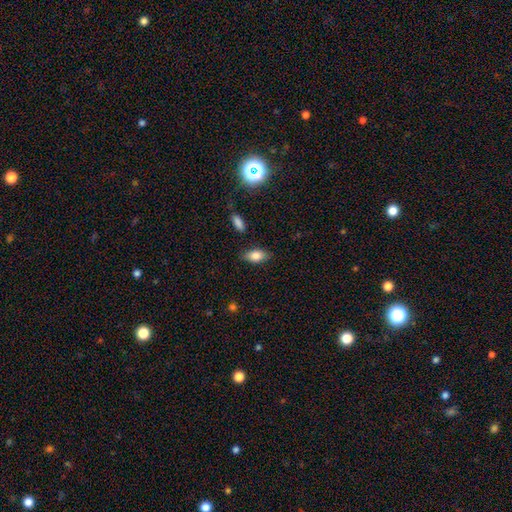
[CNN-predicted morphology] Q: Smooth or featured?
A: smooth (81%); runner-up: featured or disk (11%)
Q: How rounded?
A: in between (89%); runner-up: cigar-shaped (7%)
Q: Merging?
A: none (84%); runner-up: minor disturbance (12%)